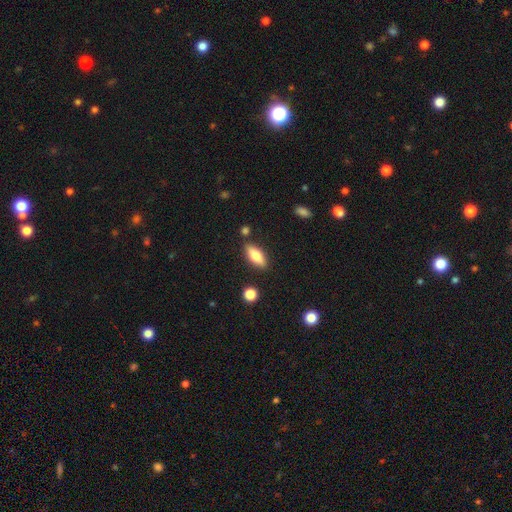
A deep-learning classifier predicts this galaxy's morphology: smooth-or-featured: smooth: 69% | featured or disk: 24% | star or artifact: 7%
  how-rounded: in between: 70% | cigar-shaped: 27% | round: 3%
  merging: none: 84% | minor disturbance: 10% | merger: 4% | major disturbance: 2%